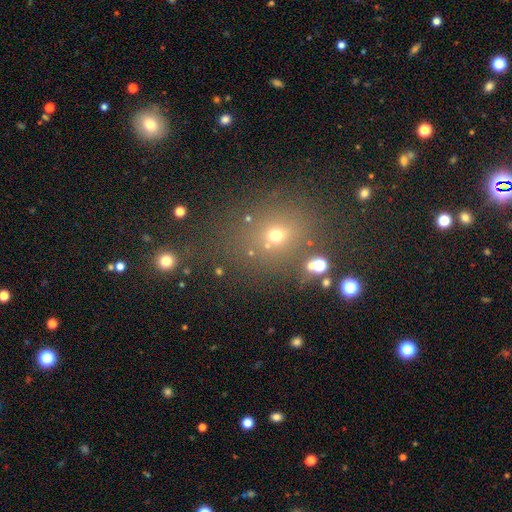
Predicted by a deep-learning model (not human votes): Smooth or featured: smooth — 47% (star or artifact — 41%)
Merging: none — 76% (minor disturbance — 11%)